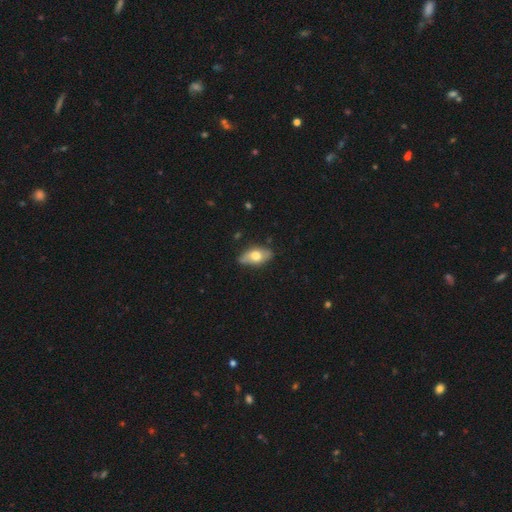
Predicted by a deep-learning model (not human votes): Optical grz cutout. It shows a smooth galaxy with no disk features (60%) that is in between round and cigar-shaped (87%). Merging: none (77%).